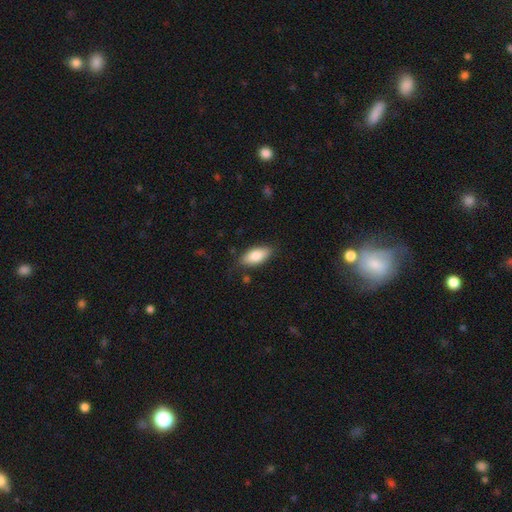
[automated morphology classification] A smooth galaxy with no disk features (84%) that is in between round and cigar-shaped (88%).

Vote fractions:
- Smooth or featured? smooth: 84% / featured or disk: 10% / star or artifact: 6%
- How rounded? in between: 88% / cigar-shaped: 10% / round: 2%
- Merging? none: 81% / minor disturbance: 14% / major disturbance: 3% / merger: 2%